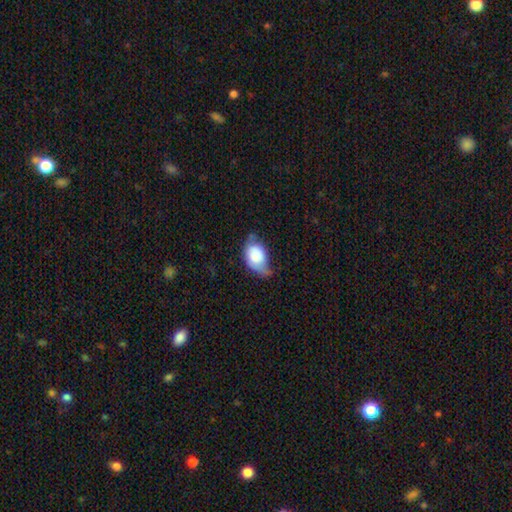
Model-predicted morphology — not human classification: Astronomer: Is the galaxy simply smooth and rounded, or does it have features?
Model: smooth — 71%.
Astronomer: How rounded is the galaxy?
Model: in between — 80%.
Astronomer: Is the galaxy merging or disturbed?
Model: minor disturbance — 46% (runner-up: none, 27%).